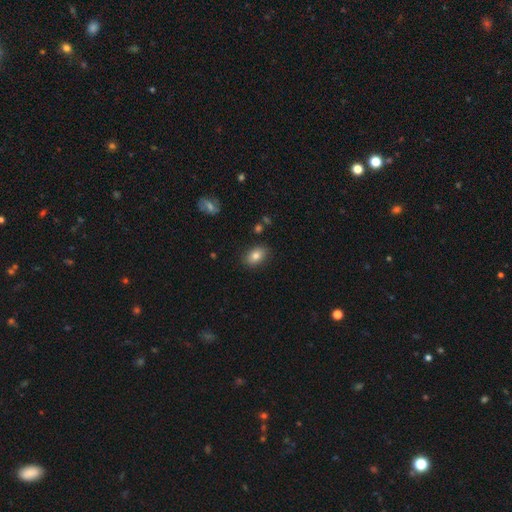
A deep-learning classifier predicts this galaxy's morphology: Smooth or featured? smooth (81%)
How rounded? in between (84%)
Merging? none (86%)